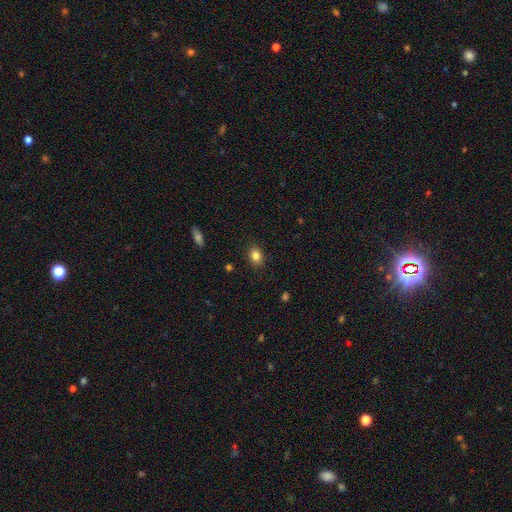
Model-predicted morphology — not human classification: smooth 84%, star or artifact 10%, featured or disk 6%. Down the decision tree: how rounded — in between (64%); merging — none (88%).